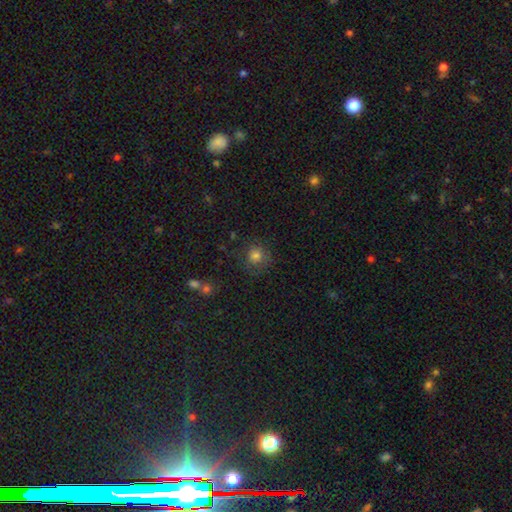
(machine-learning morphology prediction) Smooth or featured? smooth (77%)
How rounded? round (88%)
Merging? none (72%)